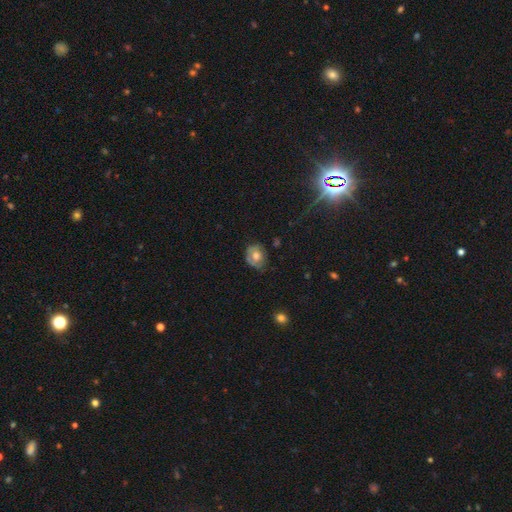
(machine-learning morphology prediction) Q: Smooth or featured?
A: smooth (62%); runner-up: featured or disk (29%)
Q: How rounded?
A: round (60%); runner-up: in between (39%)
Q: Merging?
A: none (57%); runner-up: minor disturbance (31%)